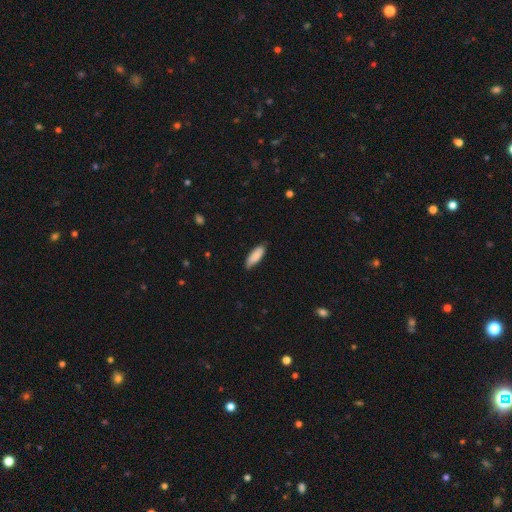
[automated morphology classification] Smooth or featured? Predicted: smooth (p=0.87). How rounded? Predicted: in between (p=0.62). Merging? Predicted: none (p=0.80).